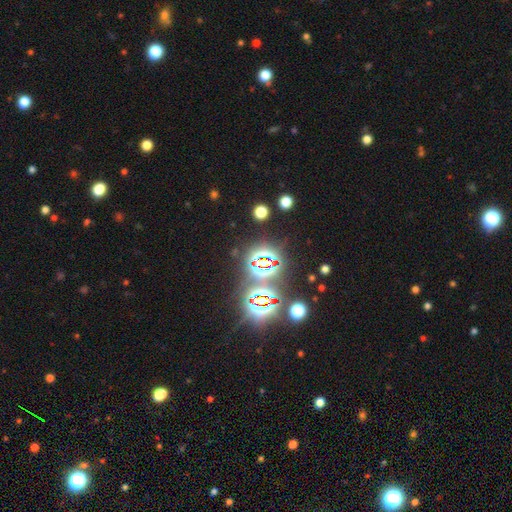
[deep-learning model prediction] A star or artifact, not a galaxy (79%).